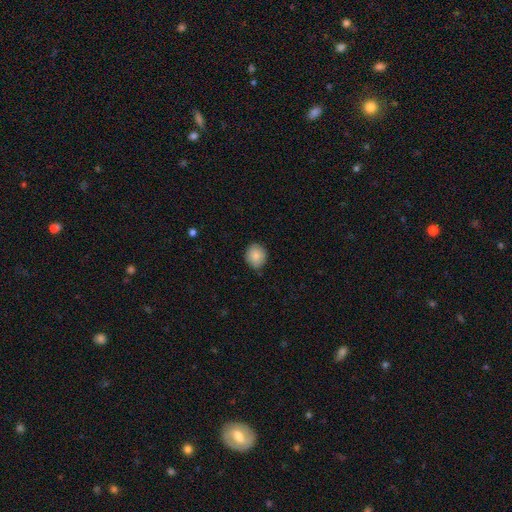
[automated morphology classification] Smooth or featured? Predicted: smooth (p=0.86). How rounded? Predicted: round (p=0.75). Merging? Predicted: none (p=0.80).